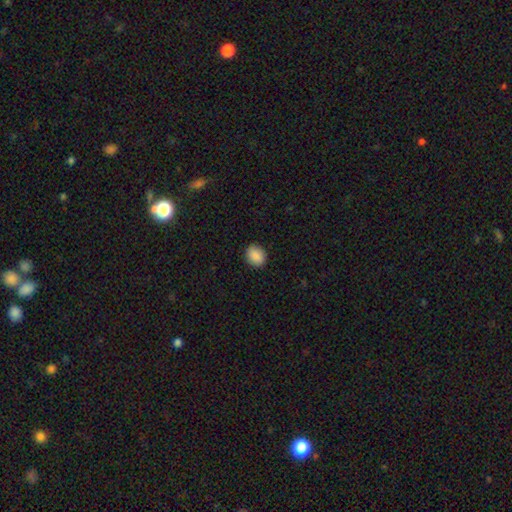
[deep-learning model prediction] Q: Smooth or featured?
A: smooth (89%); runner-up: star or artifact (8%)
Q: How rounded?
A: round (57%); runner-up: in between (42%)
Q: Merging?
A: none (89%); runner-up: minor disturbance (8%)